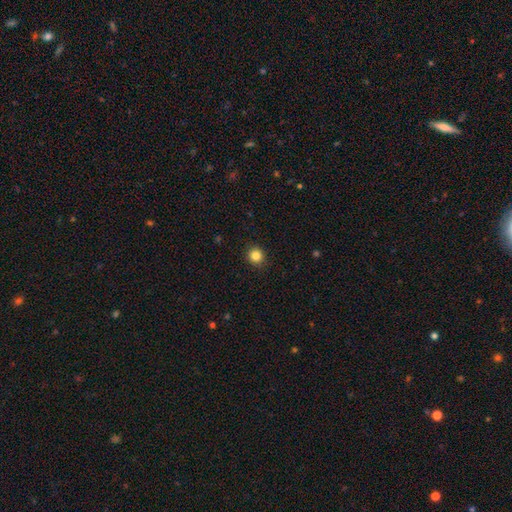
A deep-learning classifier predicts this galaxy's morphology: Q: Smooth or featured?
A: smooth (85%); runner-up: star or artifact (11%)
Q: How rounded?
A: round (92%); runner-up: in between (7%)
Q: Merging?
A: none (92%); runner-up: minor disturbance (5%)